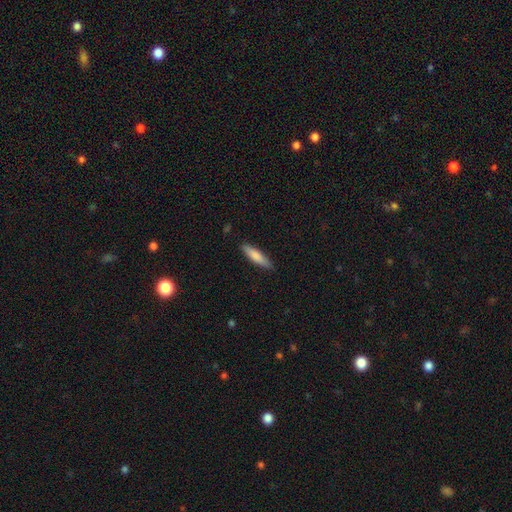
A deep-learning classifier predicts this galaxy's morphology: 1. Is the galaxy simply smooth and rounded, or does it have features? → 79% smooth, 16% featured or disk, 5% star or artifact.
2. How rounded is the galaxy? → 75% cigar-shaped, 23% in between, 1% round.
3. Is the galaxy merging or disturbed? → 87% none, 10% minor disturbance, 2% major disturbance, 1% merger.